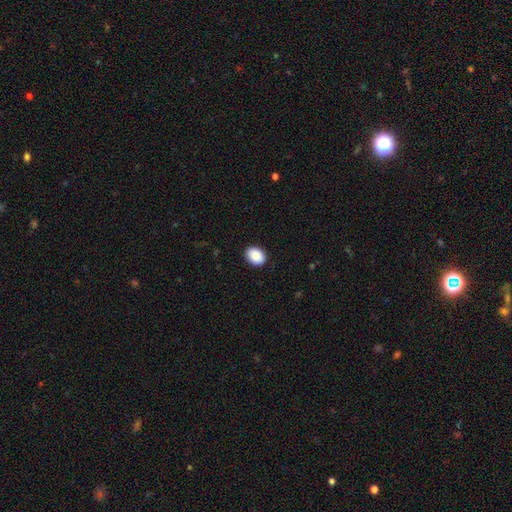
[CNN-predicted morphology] This appears to be a smooth galaxy with no disk features (90%) that is in between round and cigar-shaped (69%). Merging: none (90%).